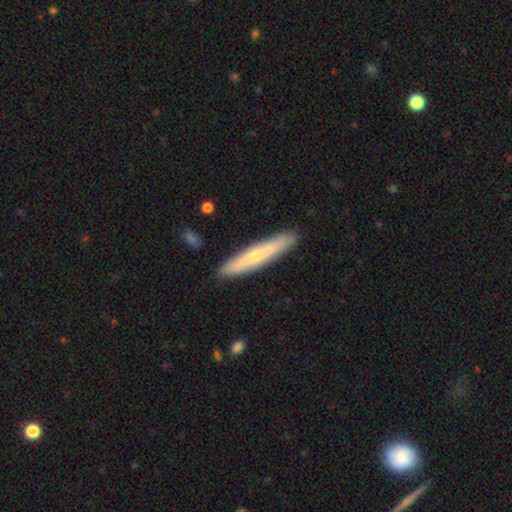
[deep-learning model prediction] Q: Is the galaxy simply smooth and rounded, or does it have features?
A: featured or disk — 50%.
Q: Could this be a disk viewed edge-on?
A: yes — 83%.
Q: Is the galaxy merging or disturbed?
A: none — 89%.